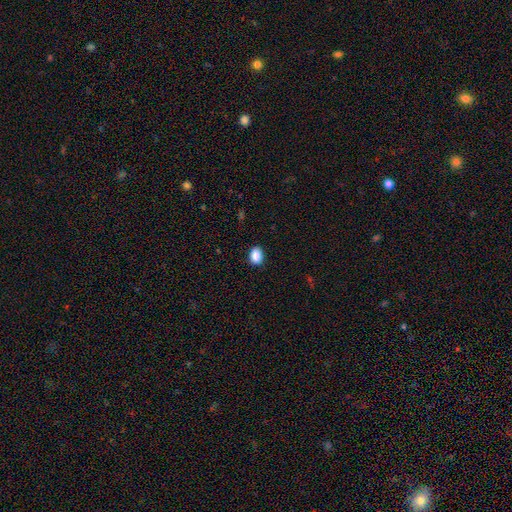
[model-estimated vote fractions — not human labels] A smooth galaxy with no disk features (89%) that is in between round and cigar-shaped (69%).

Vote fractions:
- Smooth or featured? smooth: 89% / star or artifact: 8% / featured or disk: 3%
- How rounded? in between: 69% / round: 30% / cigar-shaped: 1%
- Merging? none: 88% / minor disturbance: 9% / major disturbance: 2% / merger: 1%